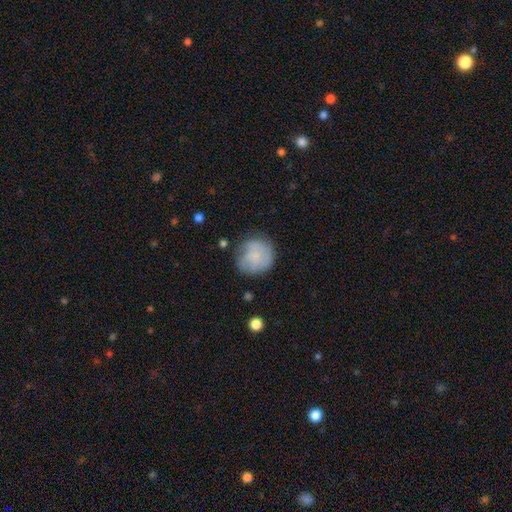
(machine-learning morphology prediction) Smooth or featured? smooth (66%)
How rounded? round (89%)
Merging? none (68%)